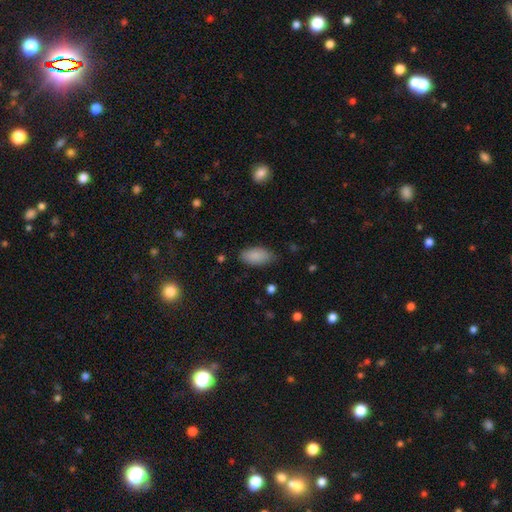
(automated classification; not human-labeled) smooth_or_featured: smooth (p=0.88) [alt: star or artifact p=0.07]
how_rounded: in between (p=0.93) [alt: cigar-shaped p=0.04]
merging: none (p=0.77) [alt: minor disturbance p=0.18]